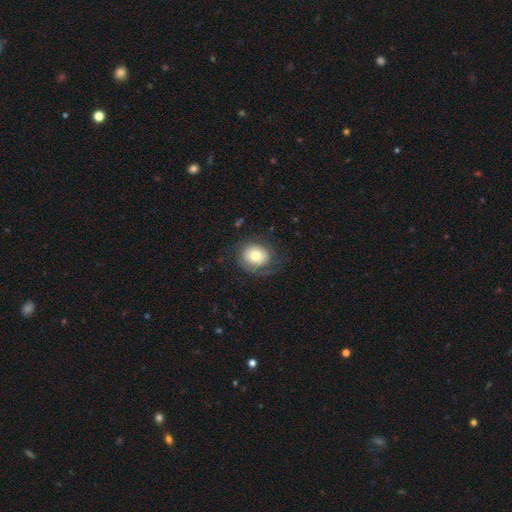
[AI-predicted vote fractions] A smooth galaxy with no disk features (55%) that is round (70%).

Vote fractions:
- Smooth or featured? smooth: 55% / featured or disk: 37% / star or artifact: 8%
- How rounded? round: 70% / in between: 29% / cigar-shaped: 1%
- Merging? none: 64% / minor disturbance: 19% / major disturbance: 16% / merger: 1%